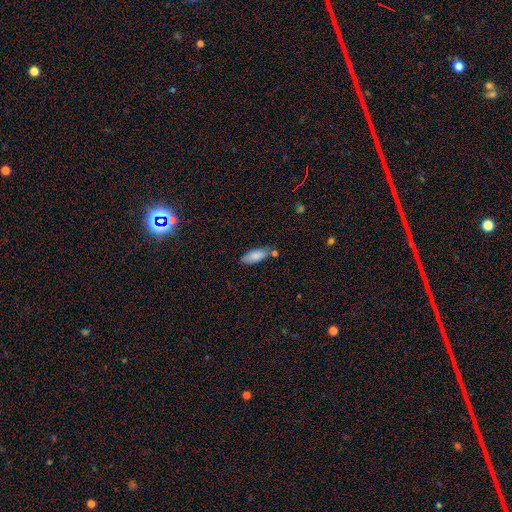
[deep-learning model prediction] The model was most divided on "merging": none: 67%, minor disturbance: 18%, merger: 11%, major disturbance: 4%. More confident: smooth or featured — smooth (83%); how rounded — in between (75%).